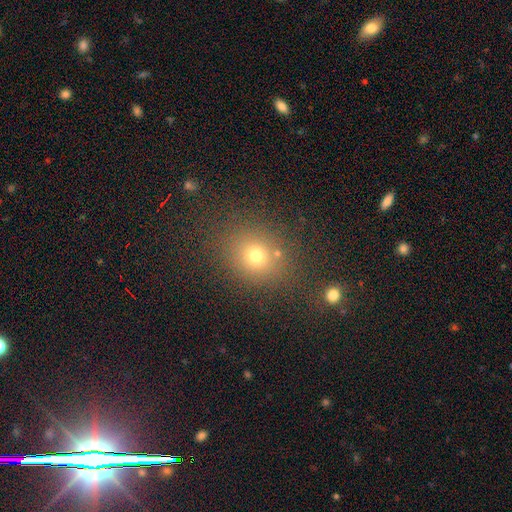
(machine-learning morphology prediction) A smooth galaxy with no disk features (70%) that is round (68%). Merging: none (79%).